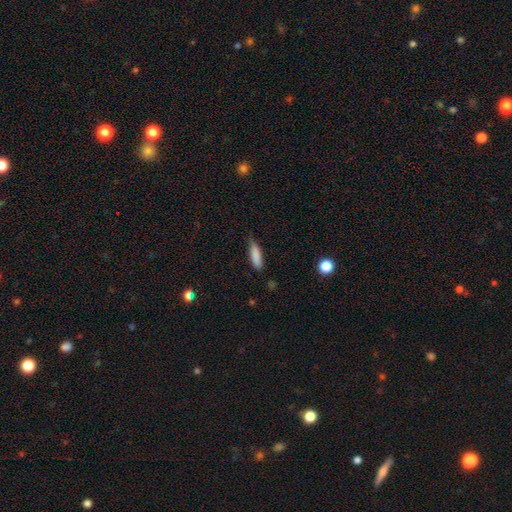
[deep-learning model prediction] This is clearly a smooth galaxy (84%). How rounded: possibly cigar-shaped (60%). Merging: likely none (64%).